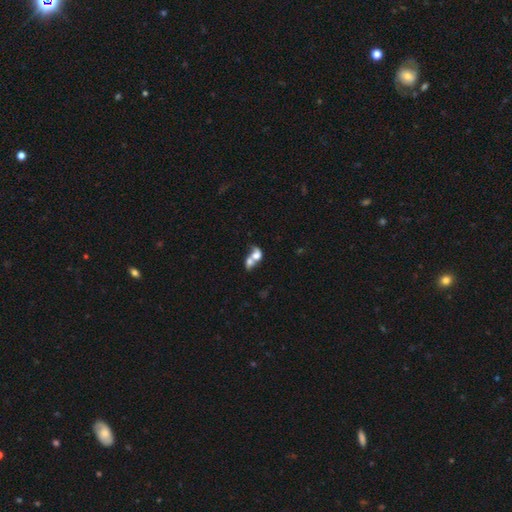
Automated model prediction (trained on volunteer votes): Morphology: type=smooth (58%); roundness=in between (61%); merging=merger (77%).